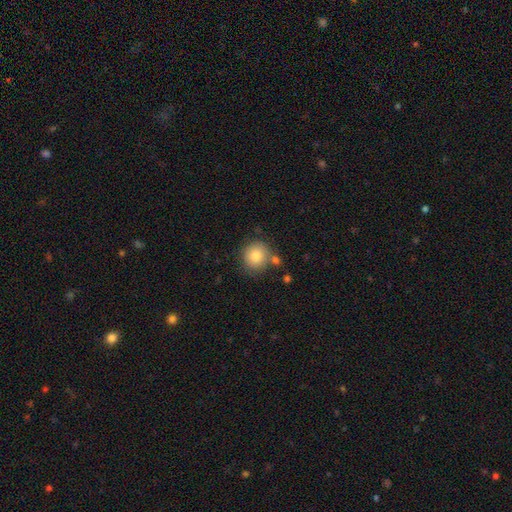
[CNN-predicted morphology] Smooth or featured? smooth (83%)
How rounded? round (88%)
Merging? none (73%)